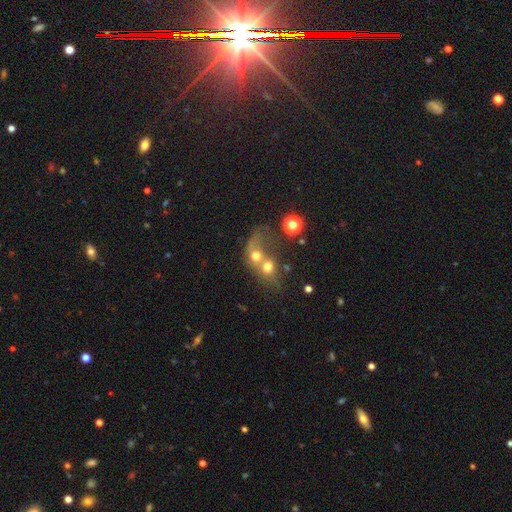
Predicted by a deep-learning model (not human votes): Overall: smooth (58%; featured or disk 26%). How rounded: round (63%; in between 35%). Merging: merger (74%).